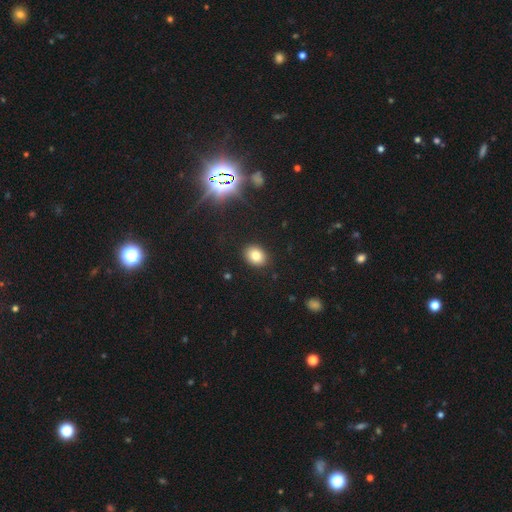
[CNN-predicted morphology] Smooth or featured?
  - smooth: 80% *
  - star or artifact: 13%
  - featured or disk: 8%
How rounded?
  - in between: 53% *
  - round: 46%
  - cigar-shaped: 1%
Merging?
  - none: 89% *
  - minor disturbance: 7%
  - major disturbance: 2%
  - merger: 1%